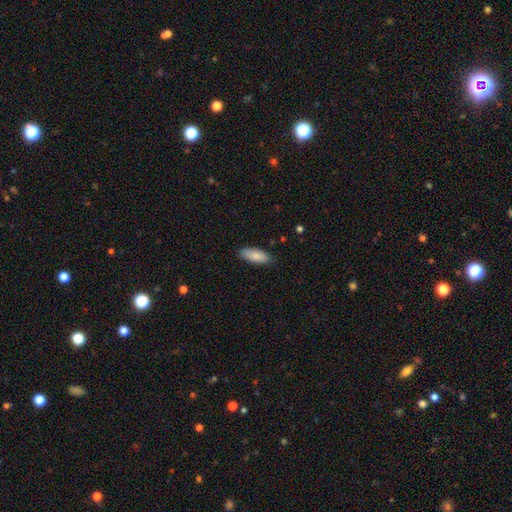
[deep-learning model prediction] smooth 86%, featured or disk 8%, star or artifact 6%. Down the decision tree: how rounded — in between (77%); merging — none (85%).